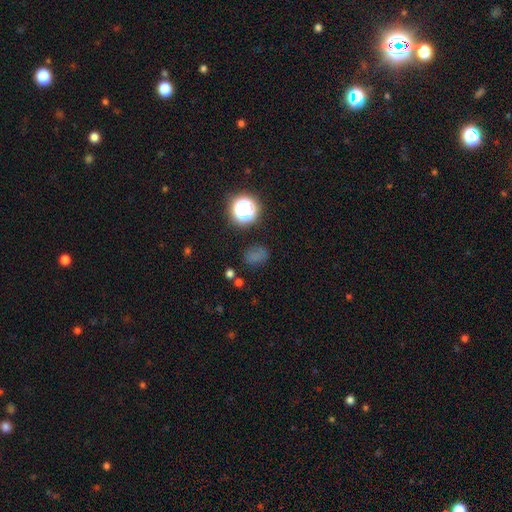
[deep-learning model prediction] Smooth or featured? Predicted: smooth (p=0.63). How rounded? Predicted: in between (p=0.51). Merging? Predicted: none (p=0.75).